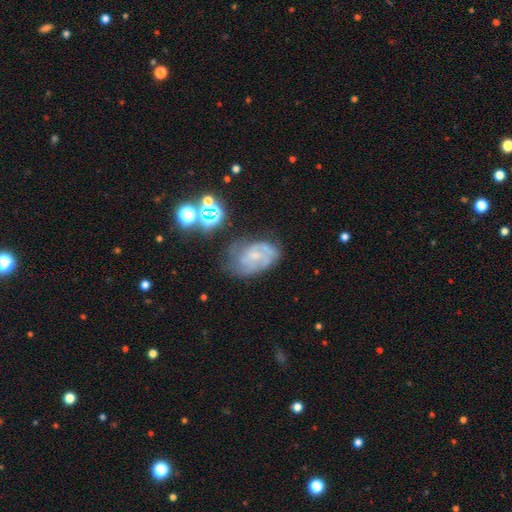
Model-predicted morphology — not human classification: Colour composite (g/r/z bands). It shows a featured or disk galaxy (65%) with no bar (69%), spiral arms (79%) and a small central bulge (60%). Merging: none (53%).